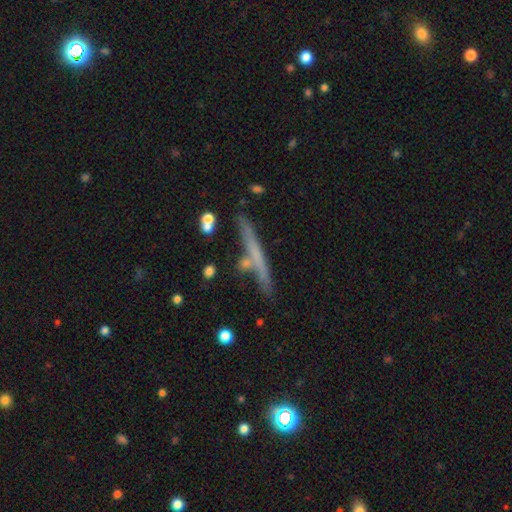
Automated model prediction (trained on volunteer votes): A smooth galaxy with no disk features (46%, tied with featured or disk). Merging: none (79%).